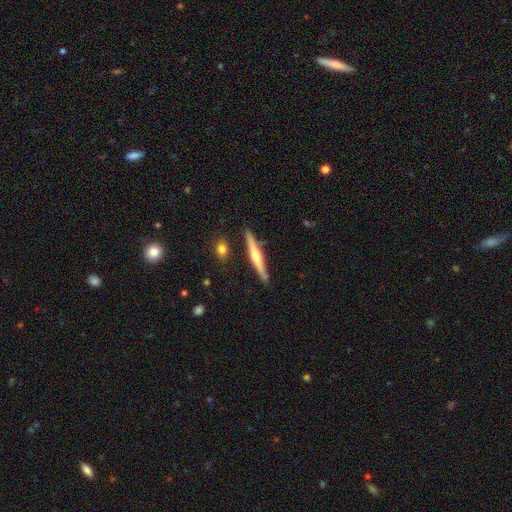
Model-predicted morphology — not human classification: Smooth or featured? Predicted: featured or disk (p=0.62). Edge-on disk? Predicted: yes (p=0.97). Edge-on bulge? Predicted: rounded (p=0.79). Merging? Predicted: none (p=0.84).